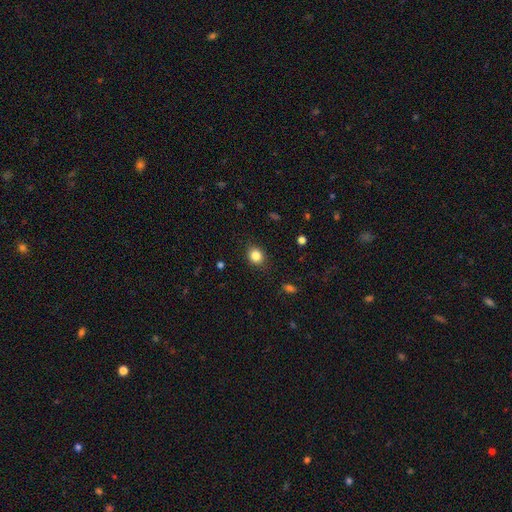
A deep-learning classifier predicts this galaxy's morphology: smooth-or-featured: smooth: 84% | star or artifact: 11% | featured or disk: 5%
  how-rounded: round: 66% | in between: 33% | cigar-shaped: 1%
  merging: none: 84% | minor disturbance: 11% | major disturbance: 3% | merger: 1%